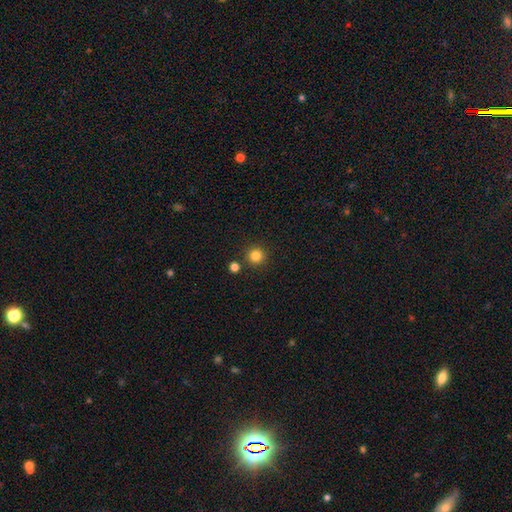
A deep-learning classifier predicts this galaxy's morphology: This is clearly a smooth galaxy (83%). How rounded: clearly round (95%). Merging: clearly none (87%).